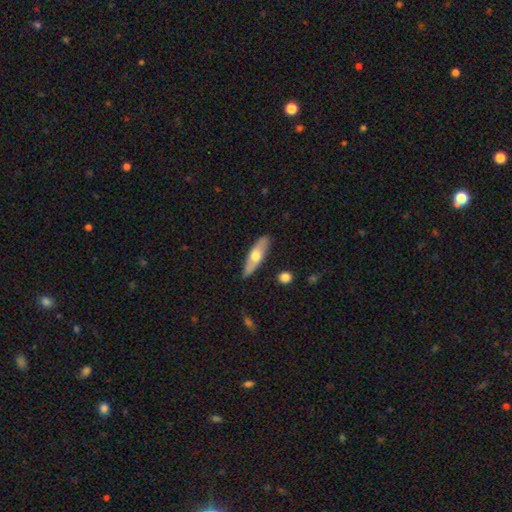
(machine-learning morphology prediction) smooth 55%, featured or disk 40%, star or artifact 6%. Down the decision tree: how rounded — cigar-shaped (51%); merging — none (83%).